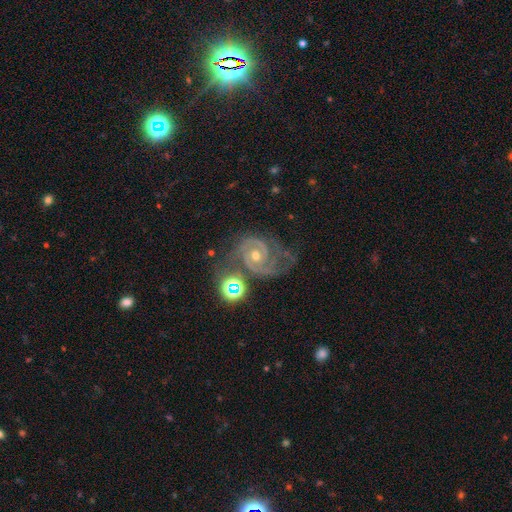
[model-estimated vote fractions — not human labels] Q: Smooth or featured?
A: featured or disk (89%); runner-up: star or artifact (7%)
Q: Edge-on disk?
A: no (98%); runner-up: yes (2%)
Q: Bar?
A: no (65%); runner-up: weak (26%)
Q: Spiral arms?
A: yes (98%); runner-up: no (2%)
Q: Spiral winding?
A: tight (54%); runner-up: medium (40%)
Q: Spiral arm count?
A: 2 (79%); runner-up: 3 (10%)
Q: Bulge size?
A: moderate (56%); runner-up: small (40%)
Q: Merging?
A: none (55%); runner-up: minor disturbance (23%)